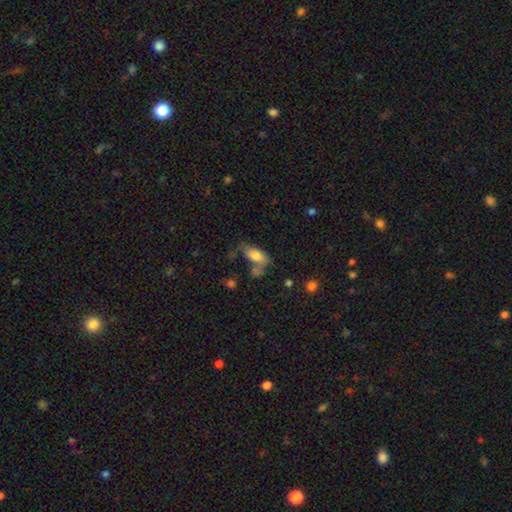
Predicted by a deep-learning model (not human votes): Morphology: type=smooth (73%); roundness=in between (84%); merging=none (40%).